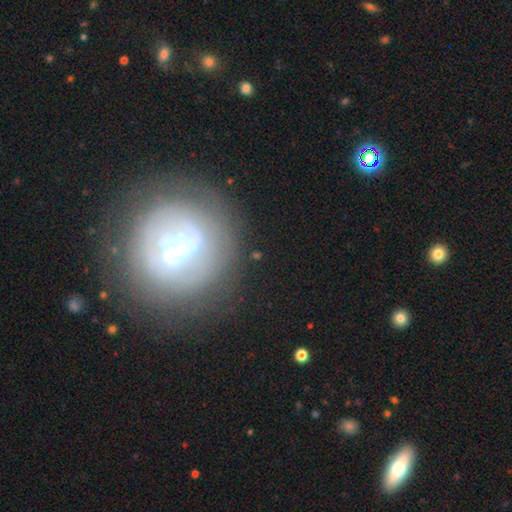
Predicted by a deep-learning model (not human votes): Morphology: type=featured or disk (63%); edge-on=no (96%); bar=no (41%); spiral arms=yes (73%); bulge=moderate (49%); merging=none (68%).